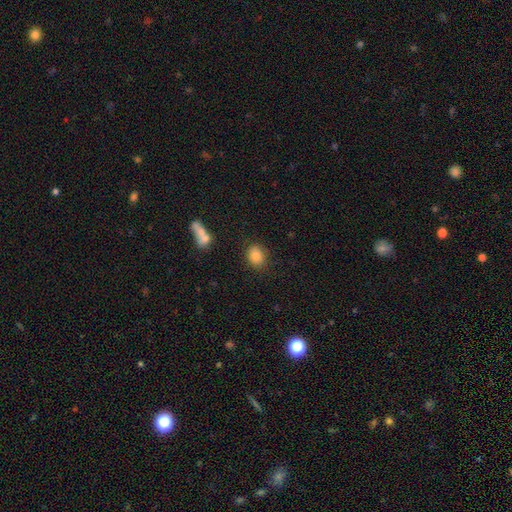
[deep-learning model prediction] The model was most divided on "how rounded": in between: 51%, round: 48%, cigar-shaped: 1%. More confident: merging — none (84%); smooth or featured — smooth (84%).